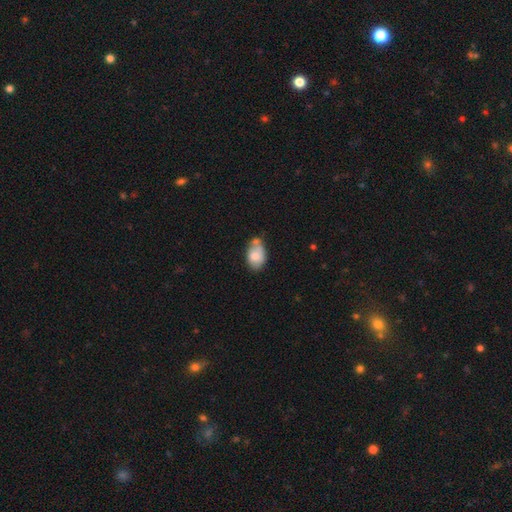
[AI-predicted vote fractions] Smooth or featured? Predicted: smooth (p=0.73). How rounded? Predicted: in between (p=0.87). Merging? Predicted: none (p=0.39).